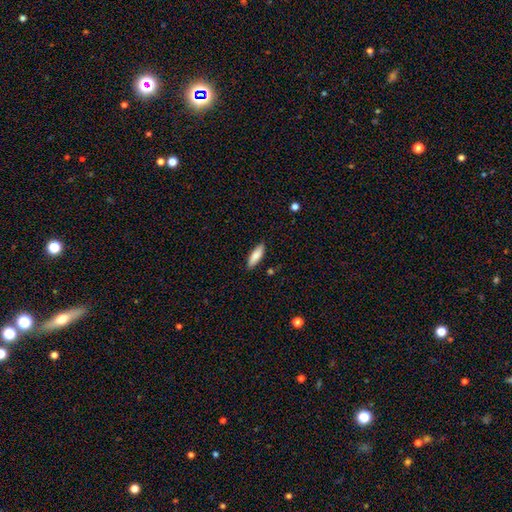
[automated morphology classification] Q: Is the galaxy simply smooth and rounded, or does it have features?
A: smooth — 84%.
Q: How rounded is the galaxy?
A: in between — 51%.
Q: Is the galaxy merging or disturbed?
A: none — 87%.